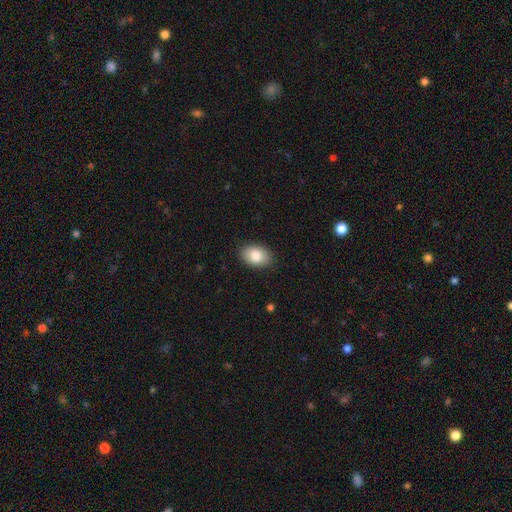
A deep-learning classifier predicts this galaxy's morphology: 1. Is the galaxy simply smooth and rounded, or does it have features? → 84% smooth, 9% featured or disk, 7% star or artifact.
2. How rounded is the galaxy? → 84% in between, 14% round, 1% cigar-shaped.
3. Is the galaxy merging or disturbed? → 87% none, 10% minor disturbance, 2% major disturbance, 1% merger.